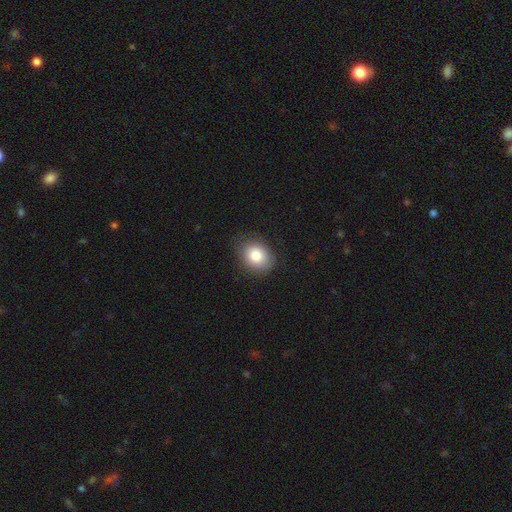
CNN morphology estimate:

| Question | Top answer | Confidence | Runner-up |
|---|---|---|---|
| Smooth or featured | smooth | 83% | star or artifact (9%) |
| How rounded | round | 54% | in between (45%) |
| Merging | none | 83% | minor disturbance (13%) |